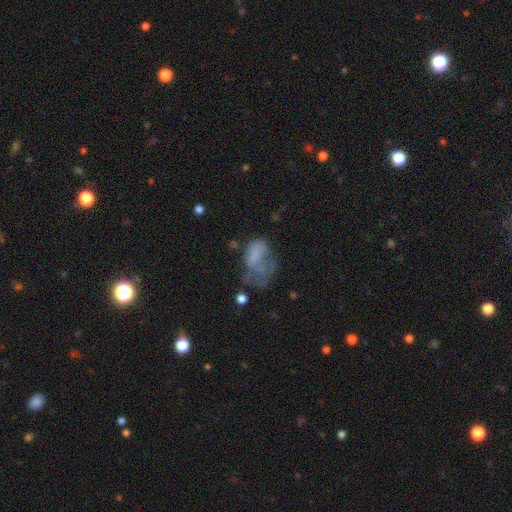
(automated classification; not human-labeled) Smooth or featured? Predicted: smooth (p=0.55). How rounded? Predicted: in between (p=0.82). Merging? Predicted: major disturbance (p=0.48).